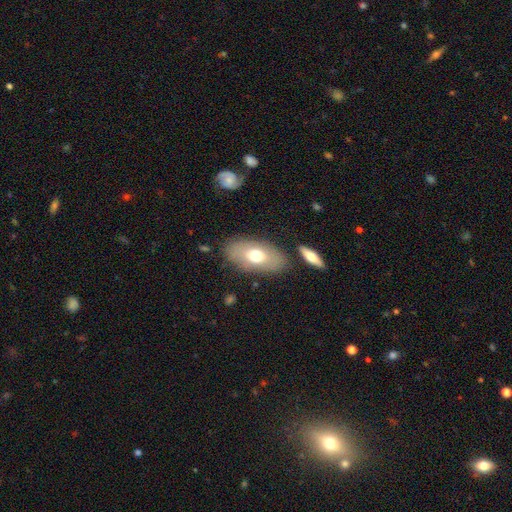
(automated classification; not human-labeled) smooth_or_featured: smooth (p=0.65) [alt: featured or disk p=0.28]
how_rounded: in between (p=0.91) [alt: round p=0.05]
merging: none (p=0.80) [alt: minor disturbance p=0.12]